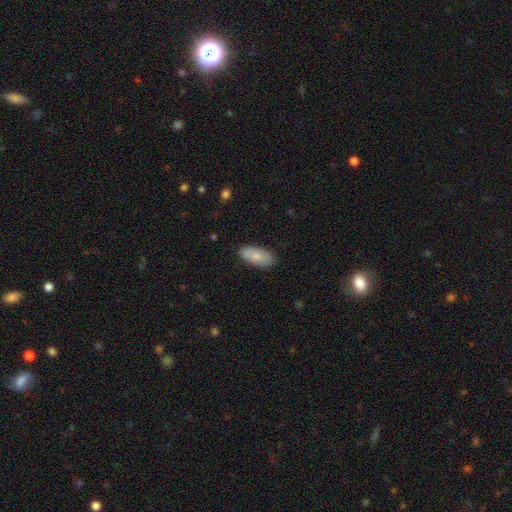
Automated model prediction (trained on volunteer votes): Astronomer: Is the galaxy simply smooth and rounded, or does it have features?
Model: smooth — 79%.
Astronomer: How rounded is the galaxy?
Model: in between — 91%.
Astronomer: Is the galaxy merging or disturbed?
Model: none — 83%.